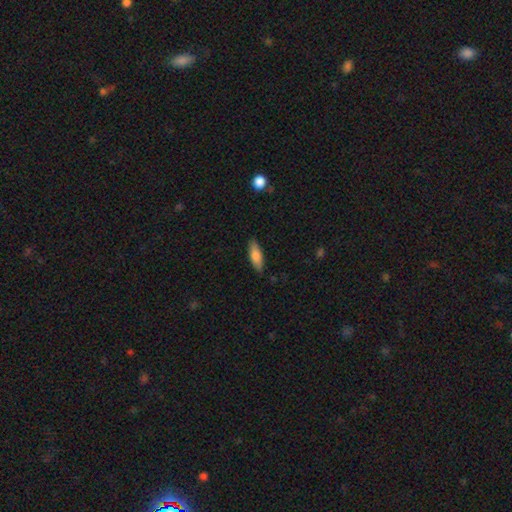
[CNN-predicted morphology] Smooth or featured? smooth (79%)
How rounded? in between (56%)
Merging? none (86%)